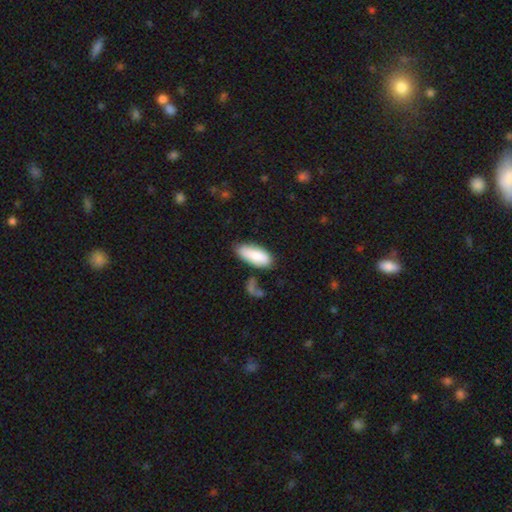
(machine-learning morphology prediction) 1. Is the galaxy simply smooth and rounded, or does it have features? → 83% smooth, 11% featured or disk, 6% star or artifact.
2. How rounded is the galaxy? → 81% in between, 17% cigar-shaped, 2% round.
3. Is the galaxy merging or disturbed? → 64% none, 23% minor disturbance, 7% merger, 7% major disturbance.